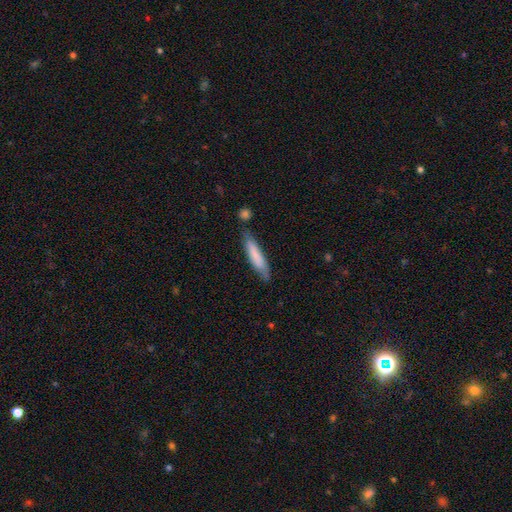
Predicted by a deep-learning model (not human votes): Smooth or featured? Predicted: smooth (p=0.75). How rounded? Predicted: cigar-shaped (p=0.85). Merging? Predicted: none (p=0.71).